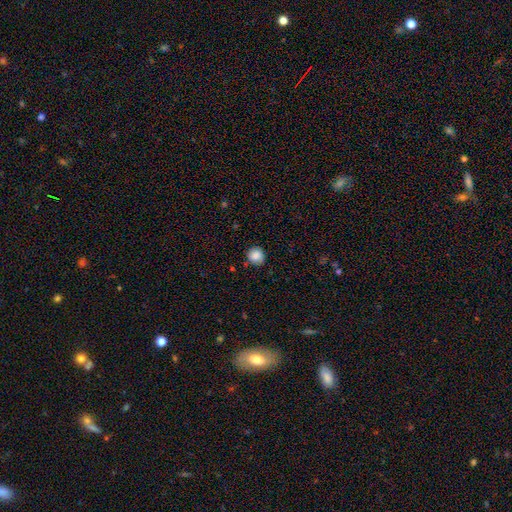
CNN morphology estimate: smooth 85%, star or artifact 9%, featured or disk 5%. Down the decision tree: how rounded — round (89%); merging — none (82%).